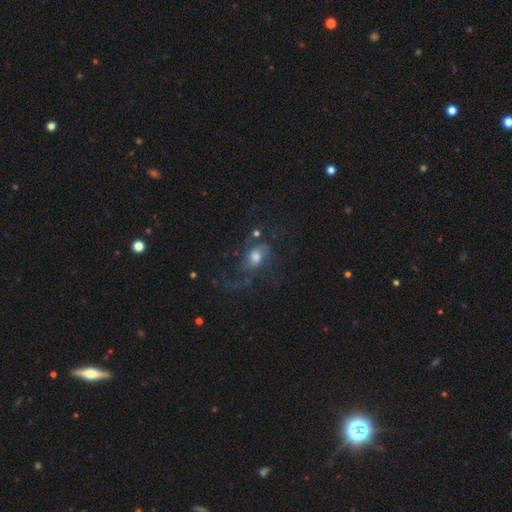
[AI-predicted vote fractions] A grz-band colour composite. It shows a featured or disk galaxy (56%) with no bar (72%), spiral arms (73%) and a moderate central bulge (59%). Merging: none (47%).